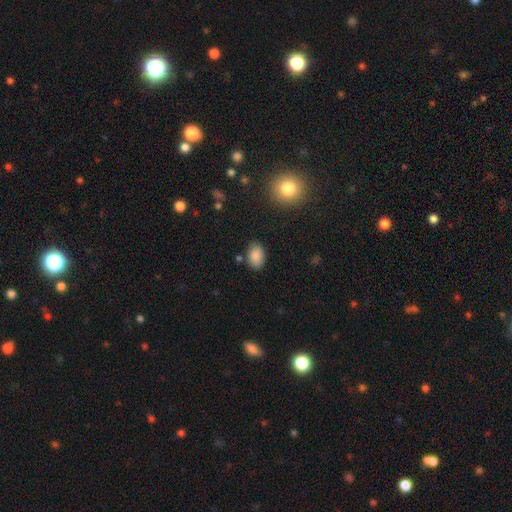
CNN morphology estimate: Smooth or featured?
  - smooth: 87% *
  - star or artifact: 9%
  - featured or disk: 5%
How rounded?
  - in between: 84% *
  - round: 15%
  - cigar-shaped: 1%
Merging?
  - none: 81% *
  - minor disturbance: 13%
  - major disturbance: 3%
  - merger: 3%